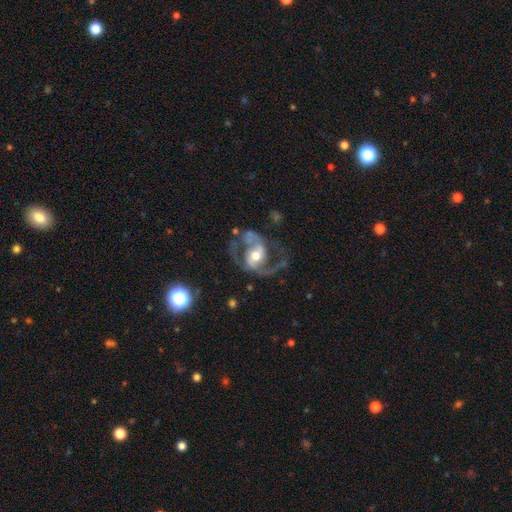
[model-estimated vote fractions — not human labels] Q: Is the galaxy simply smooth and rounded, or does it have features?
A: featured or disk — 85%.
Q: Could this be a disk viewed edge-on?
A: no — 97%.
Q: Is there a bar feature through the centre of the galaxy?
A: no — 38%.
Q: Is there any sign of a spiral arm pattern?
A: yes — 87%.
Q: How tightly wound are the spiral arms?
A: medium — 49%.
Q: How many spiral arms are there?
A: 2 — 88%.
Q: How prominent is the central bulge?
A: moderate — 68%.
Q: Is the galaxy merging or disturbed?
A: none — 55%.